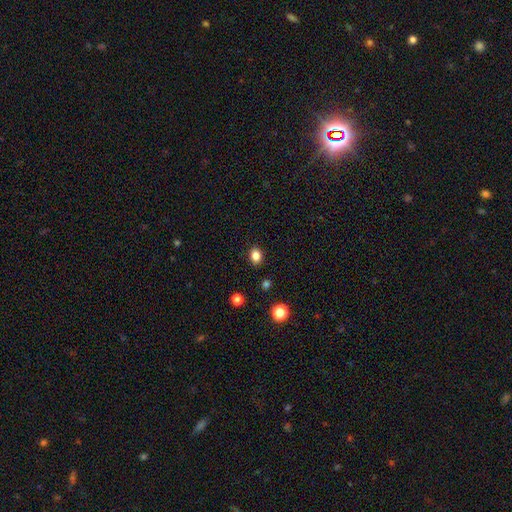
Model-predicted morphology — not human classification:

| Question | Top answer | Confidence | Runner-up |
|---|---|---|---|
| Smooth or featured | smooth | 84% | star or artifact (12%) |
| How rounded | in between | 56% | round (43%) |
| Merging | none | 89% | minor disturbance (8%) |